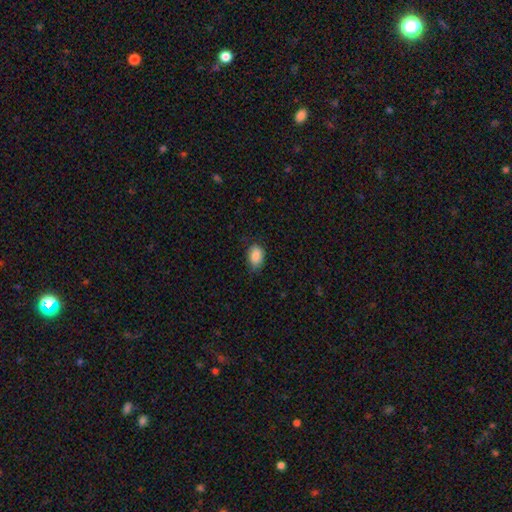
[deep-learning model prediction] smooth_or_featured: smooth (p=0.87) [alt: star or artifact p=0.08]
how_rounded: in between (p=0.77) [alt: round p=0.21]
merging: none (p=0.69) [alt: minor disturbance p=0.25]